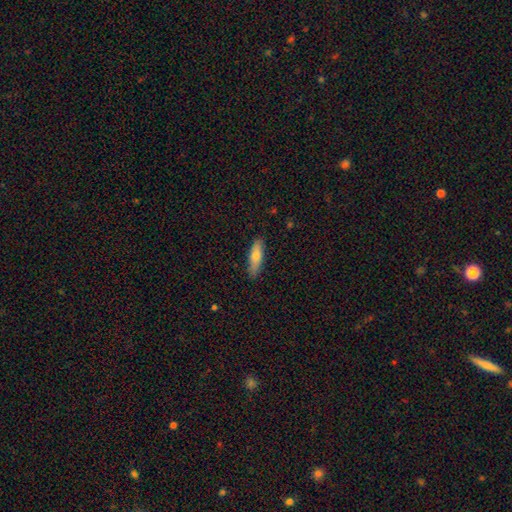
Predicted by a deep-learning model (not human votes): Smooth or featured: smooth — 72% (featured or disk — 22%)
How rounded: cigar-shaped — 56% (in between — 42%)
Merging: none — 86% (minor disturbance — 11%)